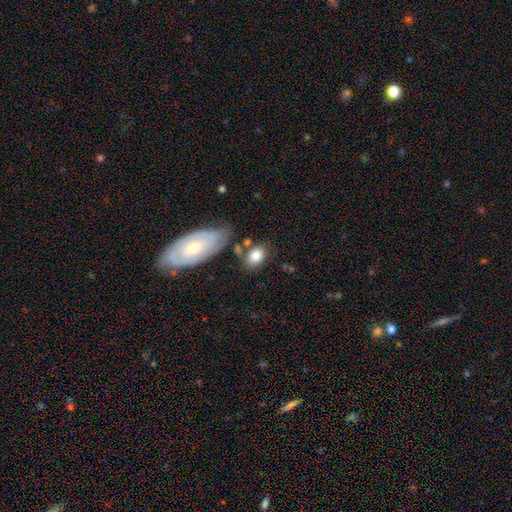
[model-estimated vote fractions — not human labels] smooth-or-featured: smooth: 81% | featured or disk: 12% | star or artifact: 8%
  how-rounded: in between: 71% | round: 28% | cigar-shaped: 2%
  merging: none: 64% | minor disturbance: 17% | merger: 13% | major disturbance: 6%